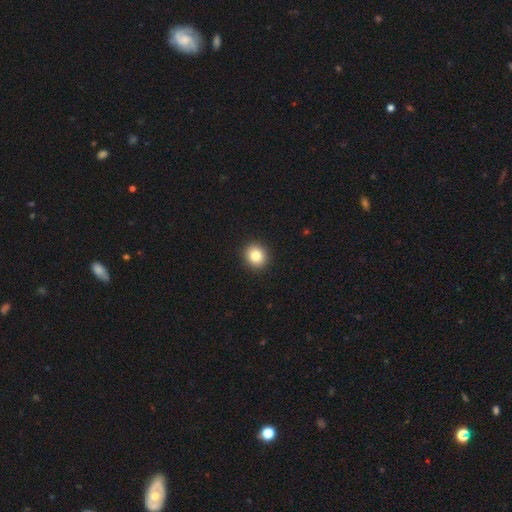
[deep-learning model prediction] smooth-or-featured: smooth: 83% | star or artifact: 10% | featured or disk: 7%
  how-rounded: round: 86% | in between: 13% | cigar-shaped: 1%
  merging: none: 93% | minor disturbance: 5% | major disturbance: 2% | merger: 1%